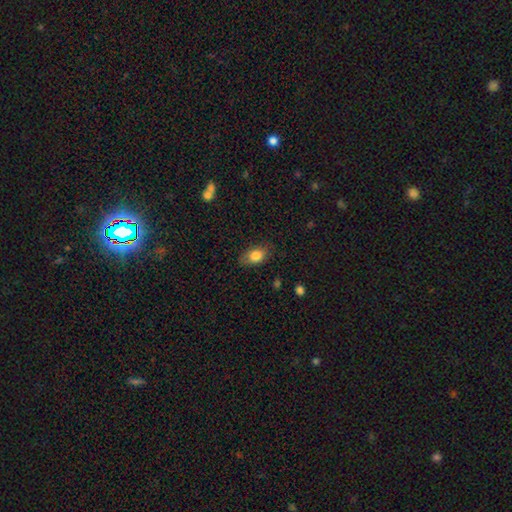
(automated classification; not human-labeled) Overall: smooth (81%). How rounded: in between (85%). Merging: none (79%).